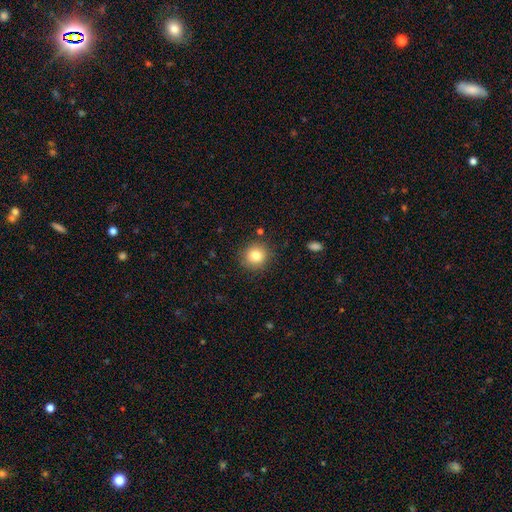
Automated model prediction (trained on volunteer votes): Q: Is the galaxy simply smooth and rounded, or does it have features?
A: smooth — 81%.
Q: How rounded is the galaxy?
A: round — 90%.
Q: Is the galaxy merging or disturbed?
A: none — 87%.